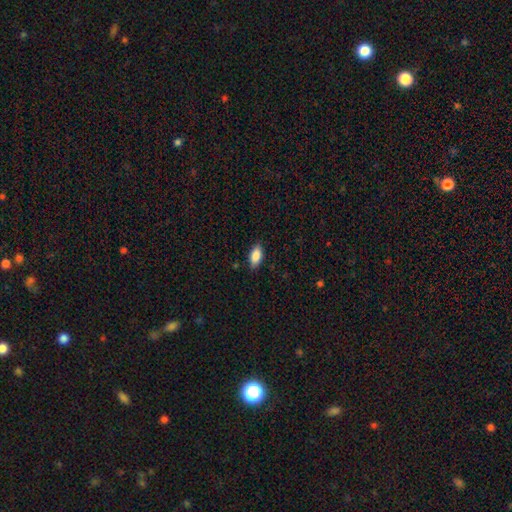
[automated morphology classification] Q: Smooth or featured?
A: smooth (87%); runner-up: star or artifact (7%)
Q: How rounded?
A: in between (91%); runner-up: cigar-shaped (6%)
Q: Merging?
A: none (86%); runner-up: minor disturbance (11%)